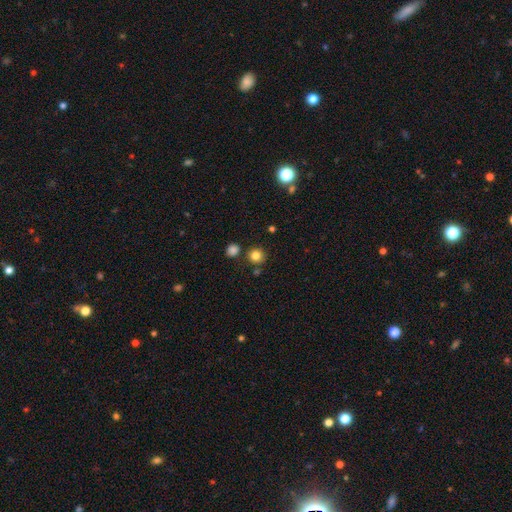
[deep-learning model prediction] A smooth galaxy with no disk features (82%) that is round (91%).

Vote fractions:
- Smooth or featured? smooth: 82% / star or artifact: 12% / featured or disk: 6%
- How rounded? round: 91% / in between: 8% / cigar-shaped: 1%
- Merging? none: 81% / minor disturbance: 8% / merger: 7% / major disturbance: 3%